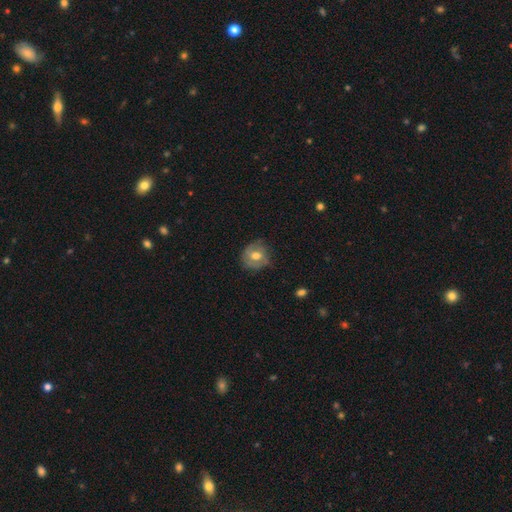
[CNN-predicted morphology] A smooth galaxy with no disk features (55%) that is round (76%).

Vote fractions:
- Smooth or featured? smooth: 55% / featured or disk: 38% / star or artifact: 8%
- How rounded? round: 76% / in between: 23% / cigar-shaped: 1%
- Merging? none: 62% / minor disturbance: 27% / major disturbance: 9% / merger: 2%